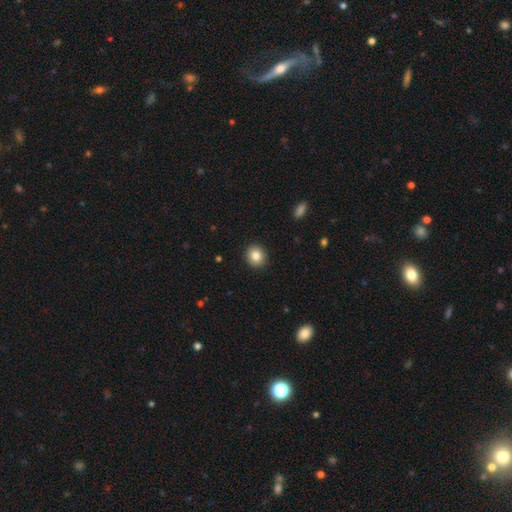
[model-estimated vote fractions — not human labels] A smooth galaxy with no disk features (84%) that is round (82%). Merging: none (91%).